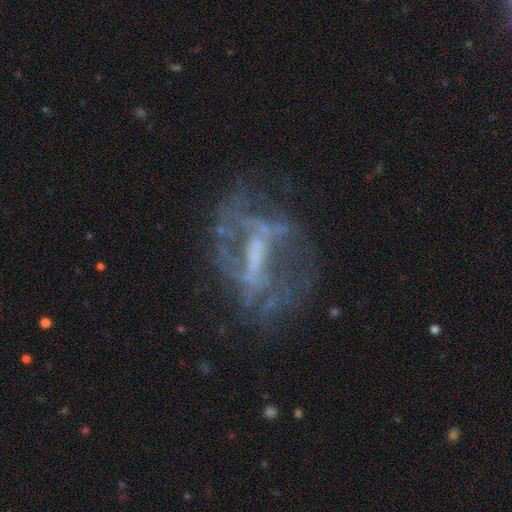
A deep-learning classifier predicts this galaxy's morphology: Smooth or featured? featured or disk (76%)
Edge-on disk? no (95%)
Bar? weak (37%)
Spiral arms? no (50%, tied with yes)
Bulge size? none (41%)
Merging? none (52%)